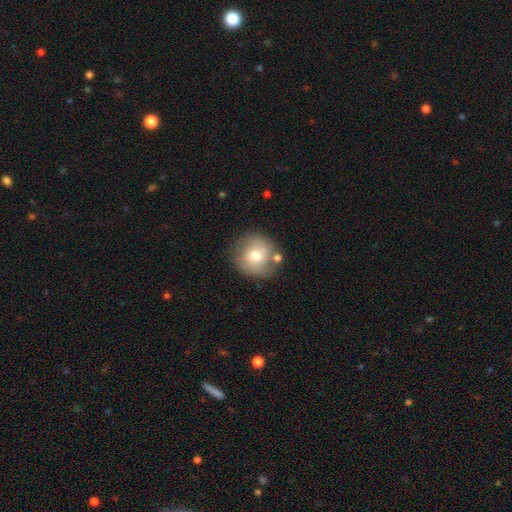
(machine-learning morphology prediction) smooth_or_featured: smooth (p=0.66) [alt: featured or disk p=0.24]
how_rounded: round (p=0.92) [alt: in between p=0.07]
merging: none (p=0.72) [alt: minor disturbance p=0.14]